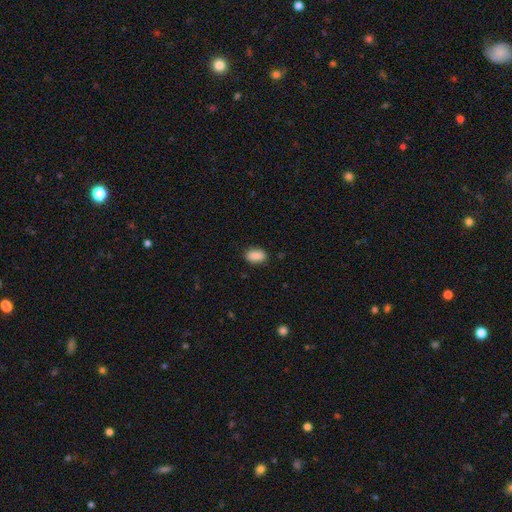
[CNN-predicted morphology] This appears to be a smooth galaxy with no disk features (87%) that is in between round and cigar-shaped (88%). Merging: none (84%).